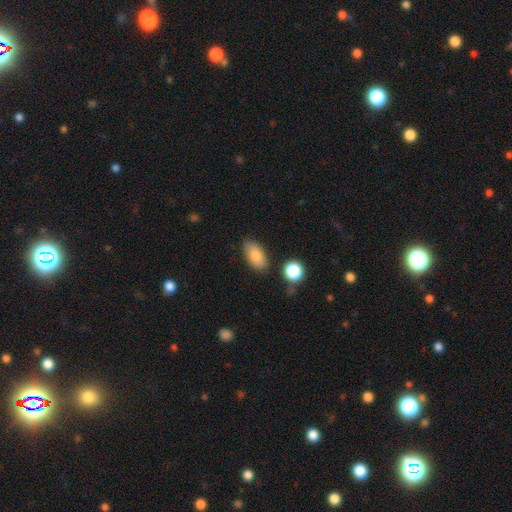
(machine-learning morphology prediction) smooth 84%, featured or disk 9%, star or artifact 8%. Down the decision tree: how rounded — in between (91%); merging — none (79%).